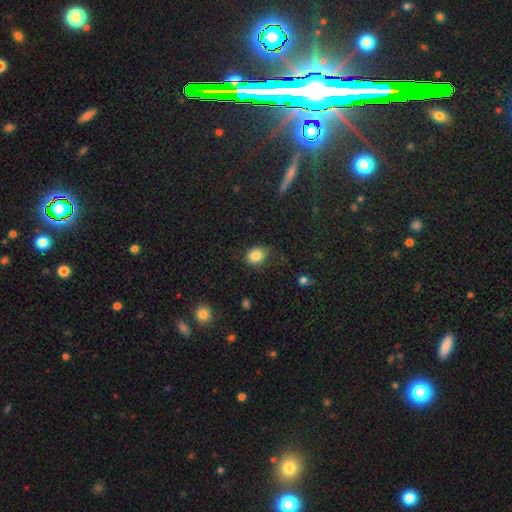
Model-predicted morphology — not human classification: Smooth or featured? Predicted: smooth (p=0.82). How rounded? Predicted: round (p=0.53). Merging? Predicted: none (p=0.65).